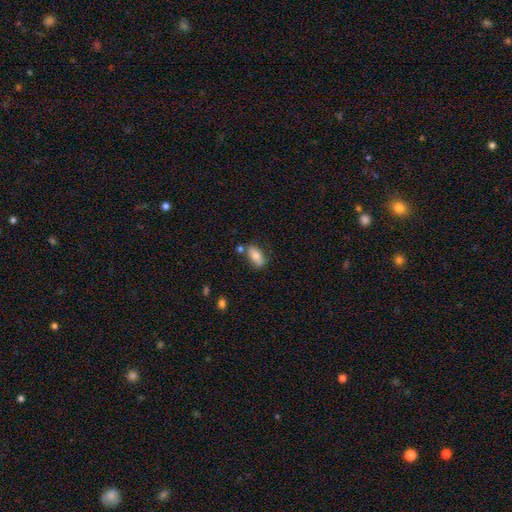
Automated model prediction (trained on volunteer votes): Overall: smooth (75%). How rounded: in between (88%). Merging: none (68%).